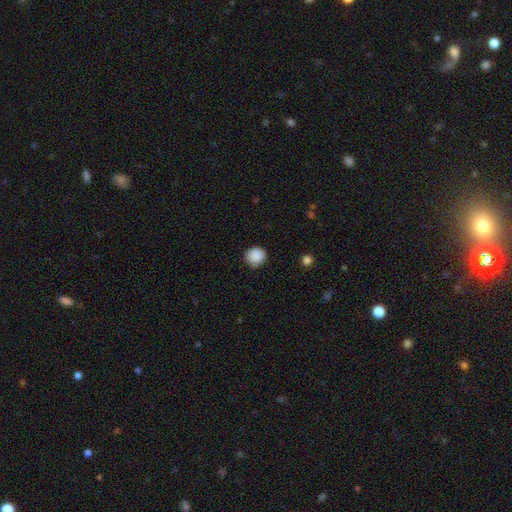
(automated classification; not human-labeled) Smooth or featured?
  - smooth: 89% *
  - star or artifact: 9%
  - featured or disk: 3%
How rounded?
  - round: 90% *
  - in between: 9%
  - cigar-shaped: 1%
Merging?
  - none: 83% *
  - minor disturbance: 14%
  - major disturbance: 3%
  - merger: 1%